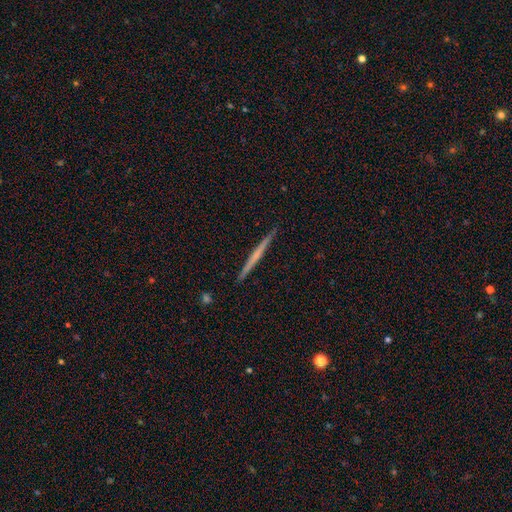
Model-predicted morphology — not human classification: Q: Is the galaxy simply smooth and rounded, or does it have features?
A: featured or disk — 57%.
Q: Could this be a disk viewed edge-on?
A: yes — 98%.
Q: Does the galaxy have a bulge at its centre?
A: none — 82%.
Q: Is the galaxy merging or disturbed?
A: none — 92%.